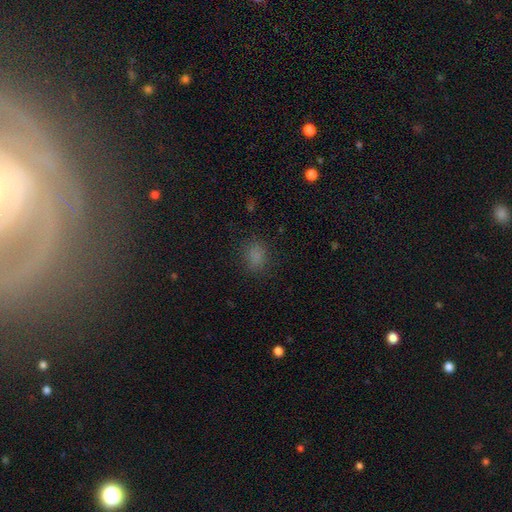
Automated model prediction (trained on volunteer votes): Q: Smooth or featured?
A: smooth (80%); runner-up: star or artifact (16%)
Q: How rounded?
A: round (50%); runner-up: in between (49%)
Q: Merging?
A: none (83%); runner-up: minor disturbance (12%)